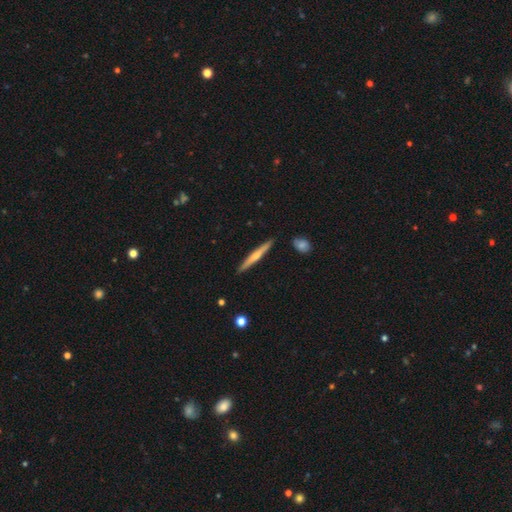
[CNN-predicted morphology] smooth_or_featured: featured or disk (p=0.51) [alt: smooth p=0.44]
disk_edge_on: yes (p=0.97) [alt: no p=0.03]
merging: none (p=0.90) [alt: minor disturbance p=0.07]